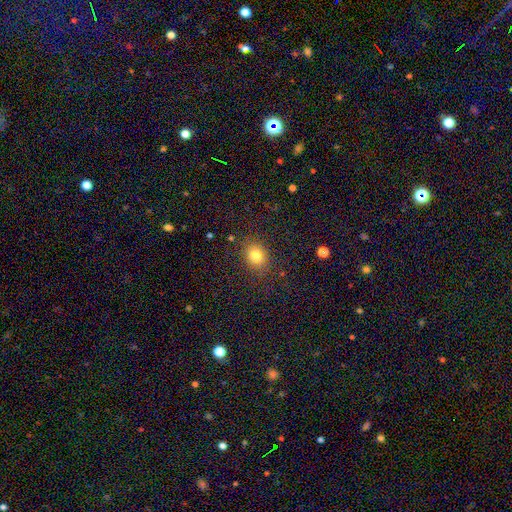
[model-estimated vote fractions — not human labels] A smooth galaxy with no disk features (79%) that is round (54%).

Vote fractions:
- Smooth or featured? smooth: 79% / star or artifact: 12% / featured or disk: 8%
- How rounded? round: 54% / in between: 45% / cigar-shaped: 1%
- Merging? none: 85% / minor disturbance: 10% / major disturbance: 4% / merger: 1%